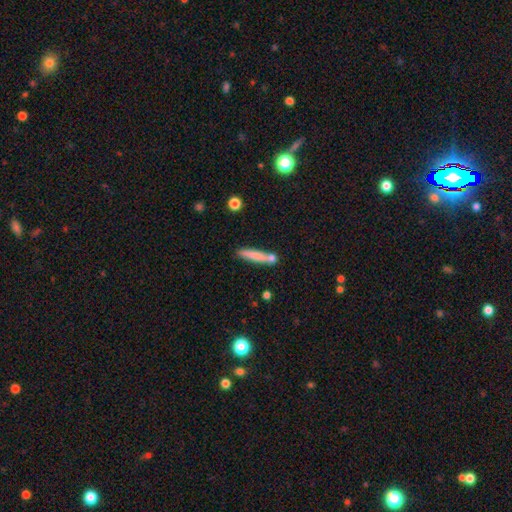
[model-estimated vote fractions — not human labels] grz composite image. It shows a smooth galaxy with no disk features (74%) that is cigar-shaped (91%). Merging: none (68%).